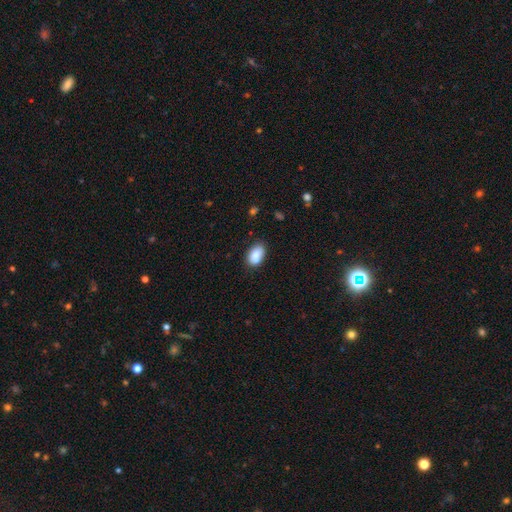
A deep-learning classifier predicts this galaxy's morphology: smooth 88%, star or artifact 7%, featured or disk 4%. Down the decision tree: how rounded — in between (91%); merging — none (77%).